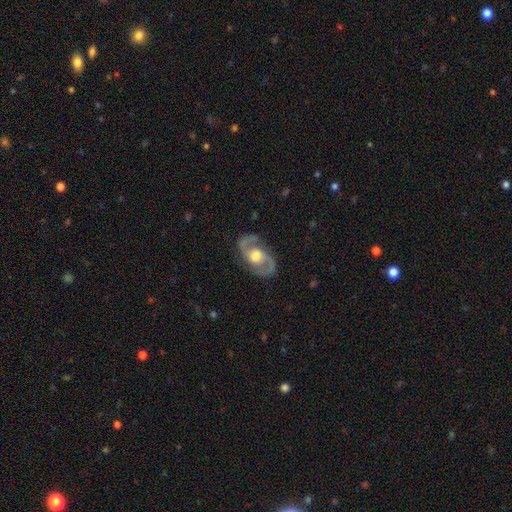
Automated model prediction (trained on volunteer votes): Q: Smooth or featured?
A: featured or disk (88%); runner-up: smooth (7%)
Q: Edge-on disk?
A: no (97%); runner-up: yes (3%)
Q: Bar?
A: no (54%); runner-up: weak (36%)
Q: Spiral arms?
A: yes (95%); runner-up: no (5%)
Q: Spiral winding?
A: medium (58%); runner-up: loose (27%)
Q: Spiral arm count?
A: 2 (94%); runner-up: can't tell (2%)
Q: Bulge size?
A: moderate (67%); runner-up: large (23%)
Q: Merging?
A: none (83%); runner-up: minor disturbance (12%)